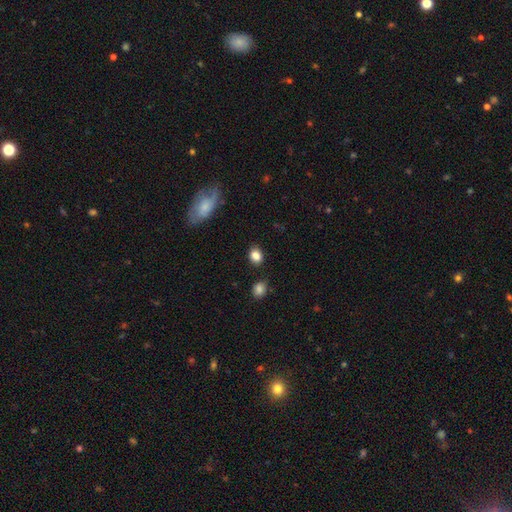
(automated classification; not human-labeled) smooth_or_featured: smooth (p=0.86) [alt: star or artifact p=0.09]
how_rounded: in between (p=0.63) [alt: round p=0.36]
merging: none (p=0.82) [alt: minor disturbance p=0.12]